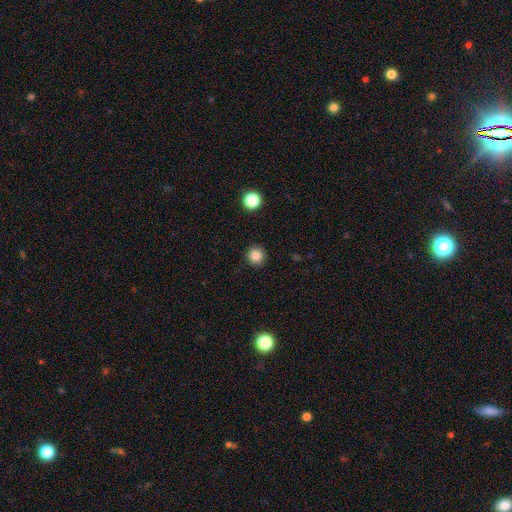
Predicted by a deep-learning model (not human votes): Q: Smooth or featured?
A: smooth (84%); runner-up: star or artifact (11%)
Q: How rounded?
A: round (95%); runner-up: in between (4%)
Q: Merging?
A: none (92%); runner-up: minor disturbance (5%)